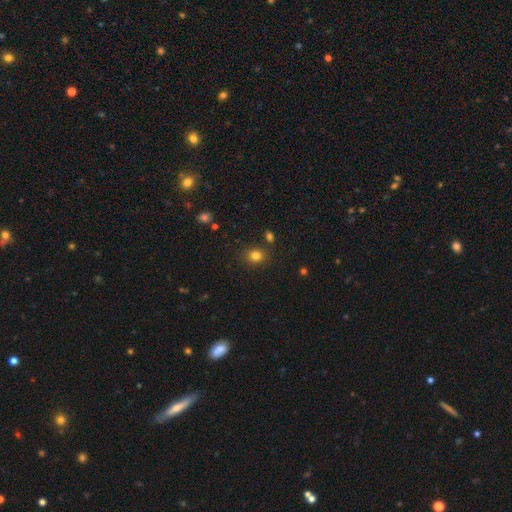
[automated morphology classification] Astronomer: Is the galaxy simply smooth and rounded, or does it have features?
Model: smooth — 81%.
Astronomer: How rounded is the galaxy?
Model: round — 60% (runner-up: in between, 39%).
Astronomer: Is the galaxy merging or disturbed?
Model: none — 80%.